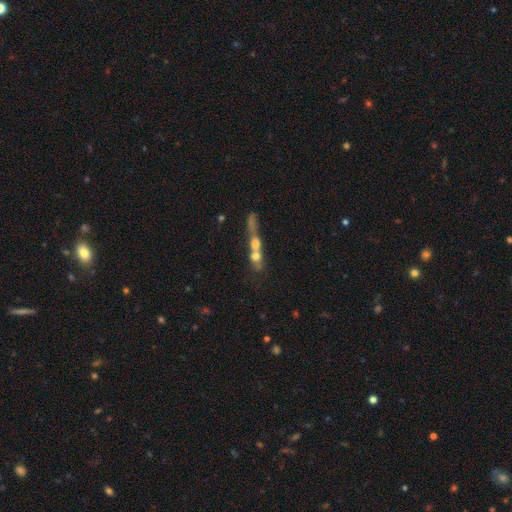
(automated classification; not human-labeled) Morphology: type=smooth (51%); roundness=cigar-shaped (39%); merging=merger (73%).